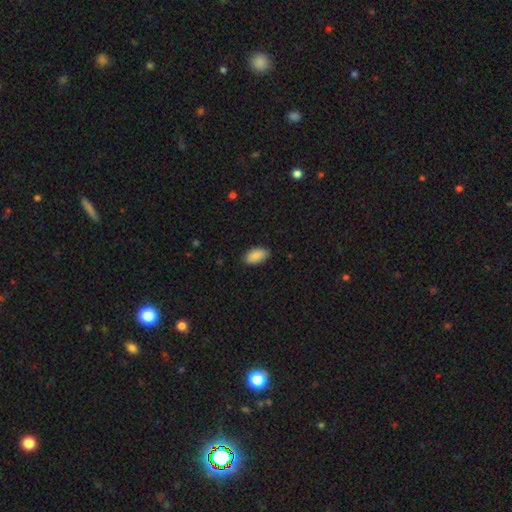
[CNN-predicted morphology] smooth 90%, star or artifact 7%, featured or disk 4%. Down the decision tree: how rounded — in between (94%); merging — none (86%).